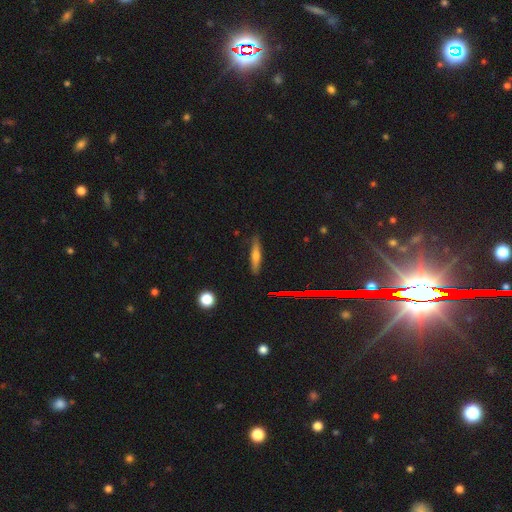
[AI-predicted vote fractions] Smooth or featured? Predicted: smooth (p=0.52). How rounded? Predicted: cigar-shaped (p=0.85). Merging? Predicted: none (p=0.85).